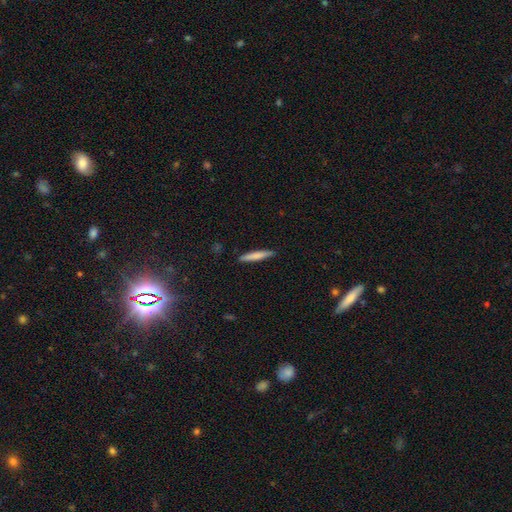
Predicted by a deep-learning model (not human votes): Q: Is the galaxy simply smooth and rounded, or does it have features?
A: smooth — 75%.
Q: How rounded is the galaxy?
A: cigar-shaped — 94%.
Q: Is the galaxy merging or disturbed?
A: none — 90%.